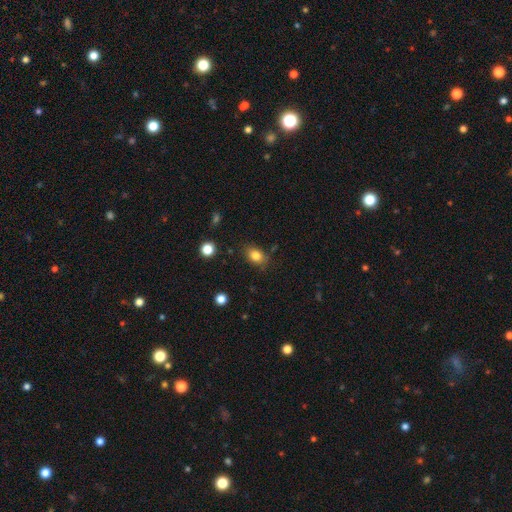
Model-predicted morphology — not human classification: type=smooth (82%); roundness=in between (75%); merging=none (80%).